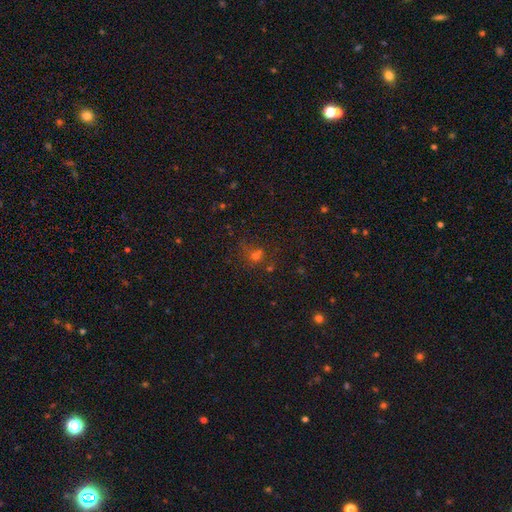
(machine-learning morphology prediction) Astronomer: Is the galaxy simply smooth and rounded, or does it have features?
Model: smooth — 52% (runner-up: star or artifact, 36%).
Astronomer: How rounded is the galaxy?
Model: round — 79%.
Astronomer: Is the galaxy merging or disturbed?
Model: none — 52%.